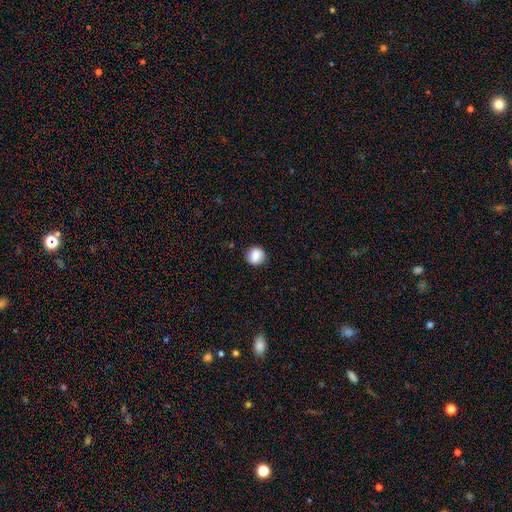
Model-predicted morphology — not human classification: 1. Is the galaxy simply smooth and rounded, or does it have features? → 84% smooth, 9% star or artifact, 8% featured or disk.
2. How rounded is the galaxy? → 88% round, 11% in between, 1% cigar-shaped.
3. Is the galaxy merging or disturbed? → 88% none, 8% minor disturbance, 2% major disturbance, 1% merger.